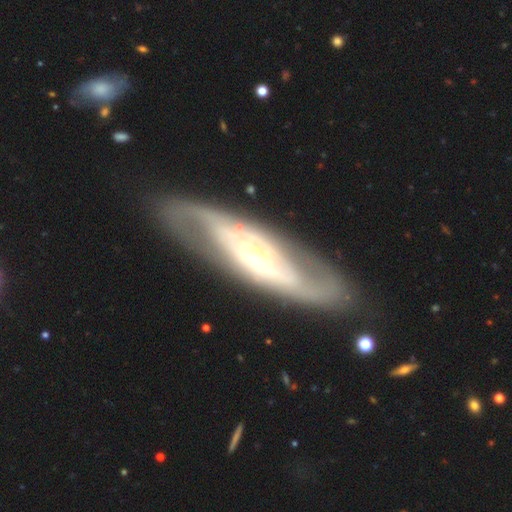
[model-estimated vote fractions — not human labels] A featured or disk galaxy (80%) with no bar (61%), spiral arms (77%) and a small central bulge (51%). Merging: none (81%).